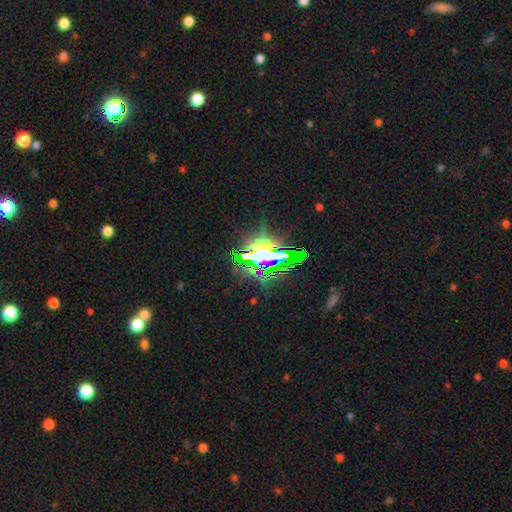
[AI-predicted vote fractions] A star or artifact, not a galaxy (73%).

Vote fractions:
- Smooth or featured? star or artifact: 73% / smooth: 14% / featured or disk: 13%